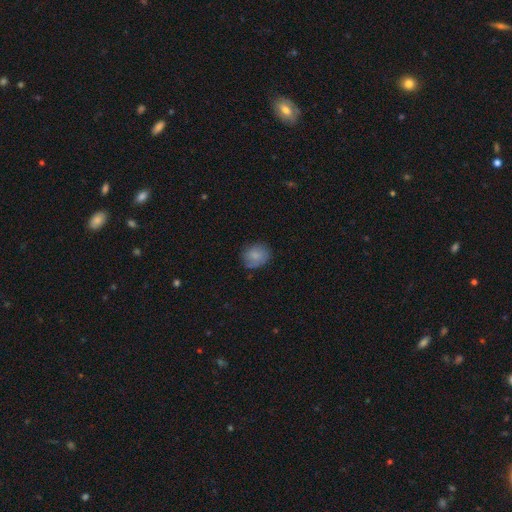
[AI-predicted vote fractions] The model was most divided on "how rounded": round: 62%, in between: 37%, cigar-shaped: 1%. More confident: smooth or featured — smooth (79%); merging — none (72%).